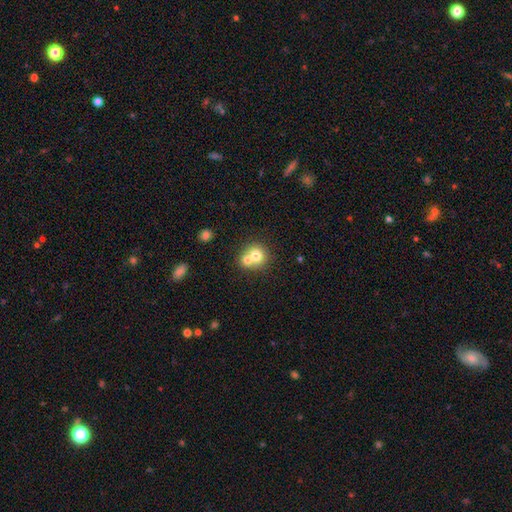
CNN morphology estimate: A smooth galaxy with no disk features (72%) that is round (81%).

Vote fractions:
- Smooth or featured? smooth: 72% / featured or disk: 19% / star or artifact: 10%
- How rounded? round: 81% / in between: 18% / cigar-shaped: 1%
- Merging? merger: 60% / none: 32% / minor disturbance: 5% / major disturbance: 2%